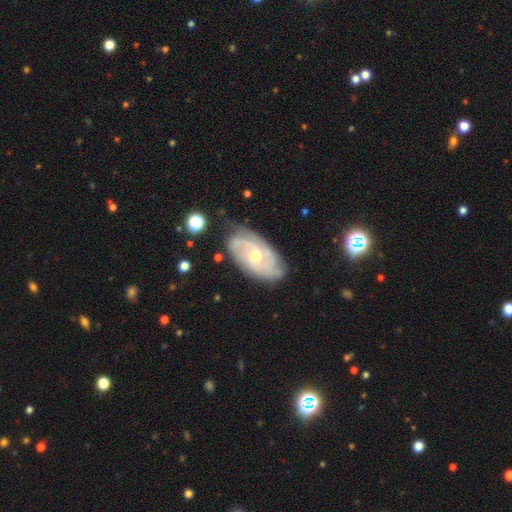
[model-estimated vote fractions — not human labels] Overall: featured or disk (81%). Edge-on disk: no (94%). Bar: no (64%; weak 30%). Spiral arms: yes (93%). Spiral arm count: can't tell (35%; 2 29%). Spiral winding: tight (58%; medium 32%). Bulge size: moderate (51%; small 46%). Merging: none (73%).